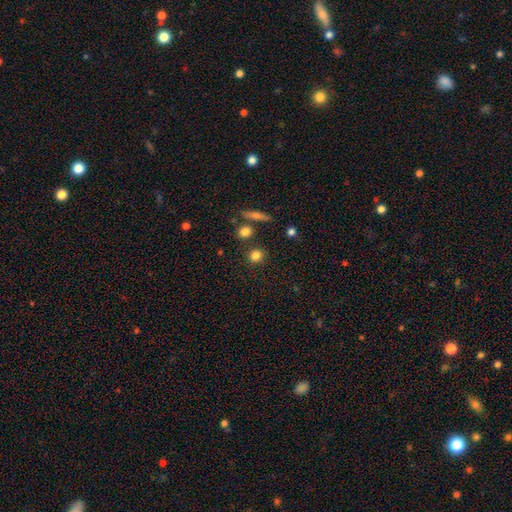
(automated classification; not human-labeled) Q: Smooth or featured?
A: smooth (82%); runner-up: star or artifact (11%)
Q: How rounded?
A: round (86%); runner-up: in between (12%)
Q: Merging?
A: none (84%); runner-up: minor disturbance (7%)